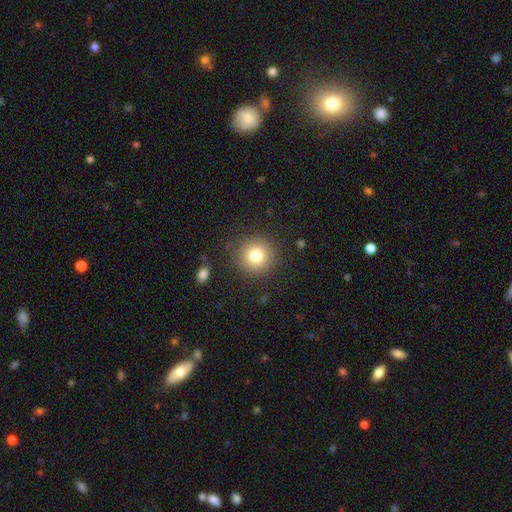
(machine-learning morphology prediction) smooth 80%, star or artifact 11%, featured or disk 9%. Down the decision tree: how rounded — round (94%); merging — none (88%).